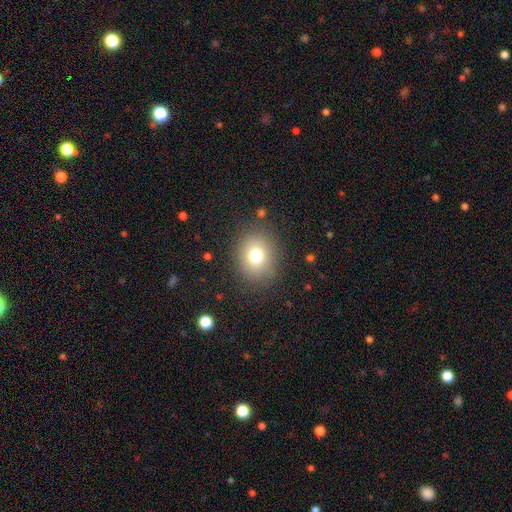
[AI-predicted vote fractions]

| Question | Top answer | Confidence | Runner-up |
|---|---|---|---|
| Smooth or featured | smooth | 74% | star or artifact (14%) |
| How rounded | round | 66% | in between (33%) |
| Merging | none | 84% | minor disturbance (10%) |